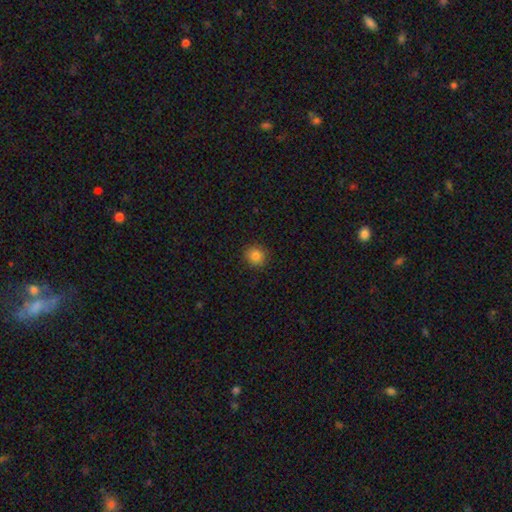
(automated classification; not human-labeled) Overall: smooth (83%). How rounded: round (86%). Merging: none (90%).